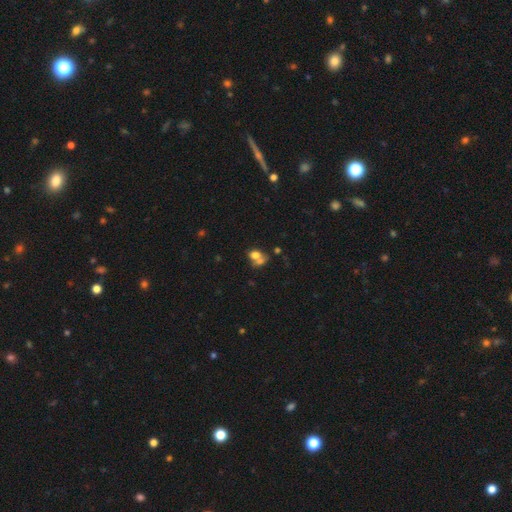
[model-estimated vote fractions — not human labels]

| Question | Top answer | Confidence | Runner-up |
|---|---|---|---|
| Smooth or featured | smooth | 69% | featured or disk (19%) |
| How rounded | in between | 55% | round (43%) |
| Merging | merger | 59% | none (26%) |